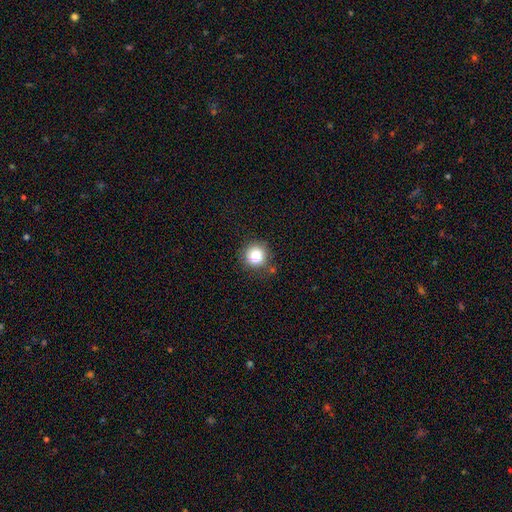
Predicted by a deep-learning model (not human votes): Smooth or featured? Predicted: smooth (p=0.82). How rounded? Predicted: round (p=0.93). Merging? Predicted: none (p=0.82).